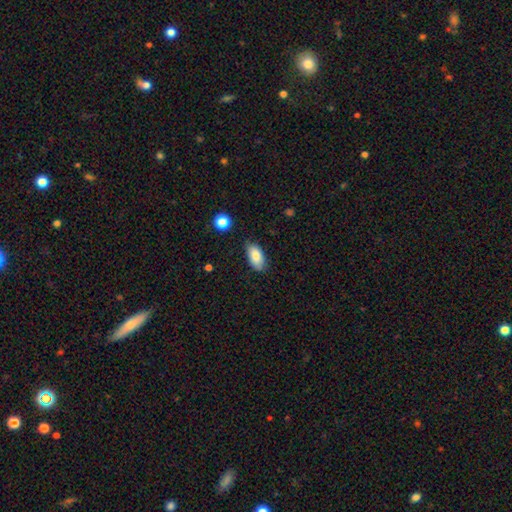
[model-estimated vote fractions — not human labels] This is clearly a smooth galaxy (82%). How rounded: clearly in between (92%). Merging: likely none (77%).